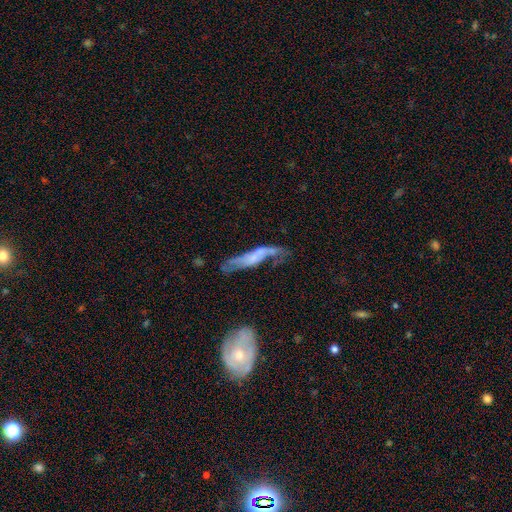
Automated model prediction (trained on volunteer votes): Smooth or featured? Predicted: featured or disk (p=0.56). Edge-on disk? Predicted: no (p=0.51). Merging? Predicted: none (p=0.39).